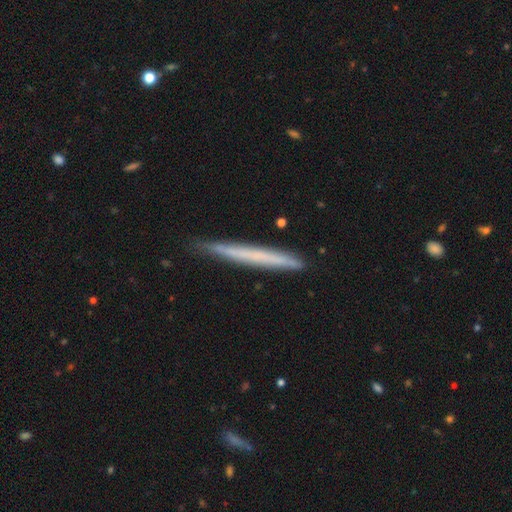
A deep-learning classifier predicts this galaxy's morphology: Overall: smooth (54%; featured or disk 40%). How rounded: cigar-shaped (97%). Merging: none (84%).